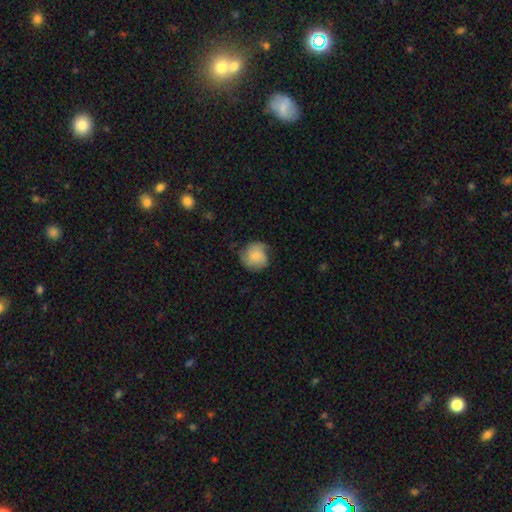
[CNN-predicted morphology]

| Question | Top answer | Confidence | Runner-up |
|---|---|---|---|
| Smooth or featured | smooth | 69% | featured or disk (24%) |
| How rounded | round | 88% | in between (11%) |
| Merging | none | 62% | minor disturbance (28%) |